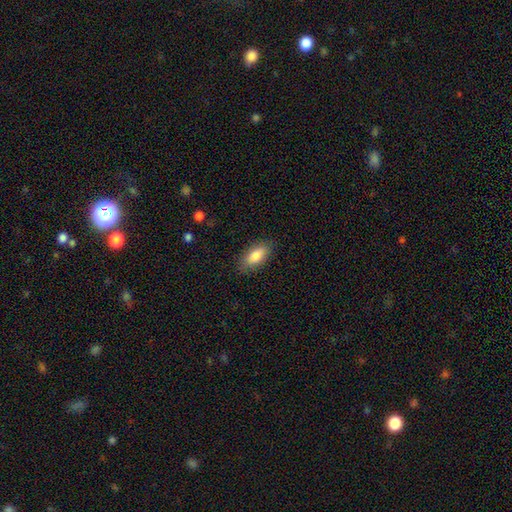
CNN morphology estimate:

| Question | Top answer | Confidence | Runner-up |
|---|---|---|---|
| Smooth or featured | smooth | 84% | featured or disk (10%) |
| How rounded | in between | 86% | cigar-shaped (12%) |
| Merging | none | 85% | minor disturbance (11%) |